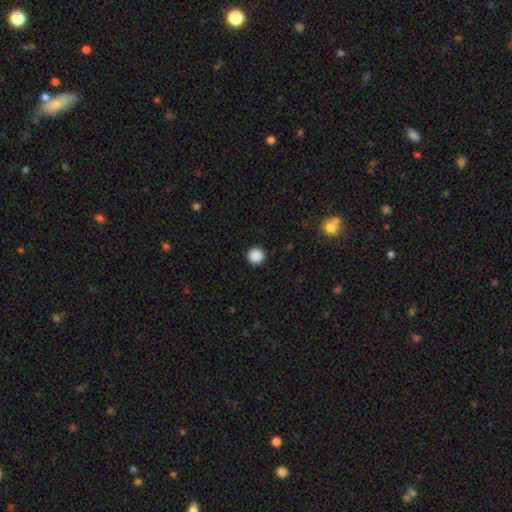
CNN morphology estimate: Smooth or featured? Predicted: smooth (p=0.89). How rounded? Predicted: round (p=0.95). Merging? Predicted: none (p=0.93).